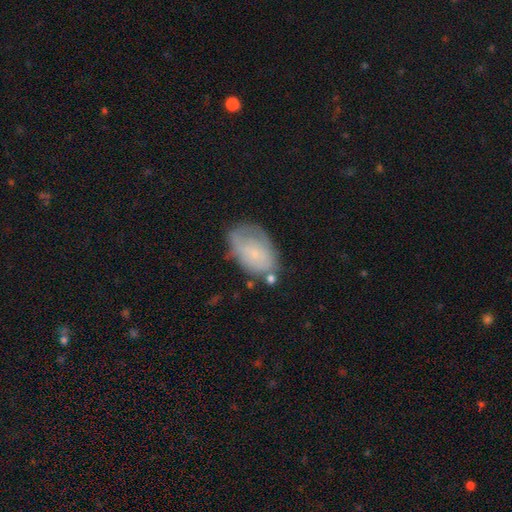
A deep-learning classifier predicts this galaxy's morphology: Smooth or featured: smooth — 57% (featured or disk — 27%)
How rounded: in between — 87% (round — 11%)
Merging: none — 61% (minor disturbance — 26%)